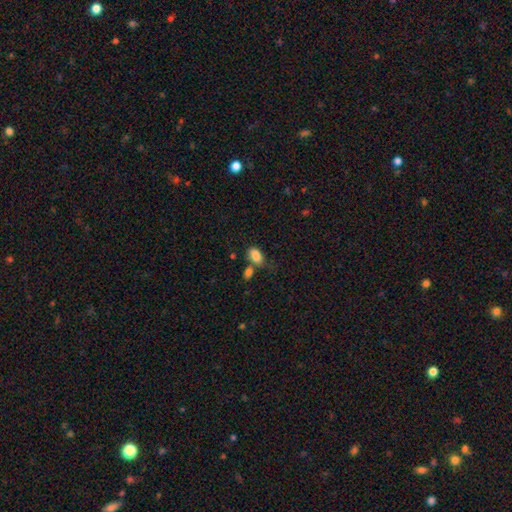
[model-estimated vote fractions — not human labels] Smooth or featured? smooth (85%)
How rounded? in between (90%)
Merging? none (49%)